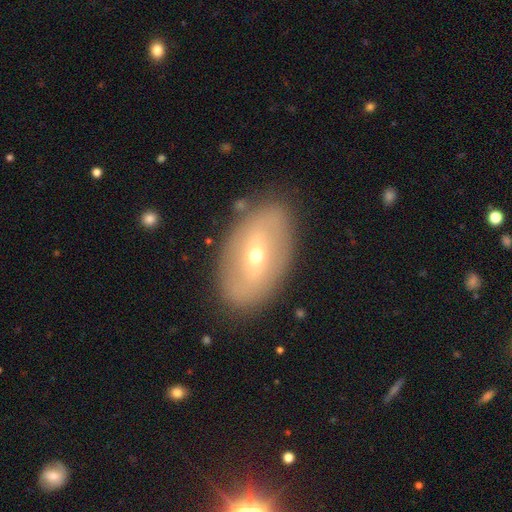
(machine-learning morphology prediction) Q: Smooth or featured?
A: featured or disk (56%); runner-up: smooth (36%)
Q: Edge-on disk?
A: no (89%); runner-up: yes (11%)
Q: Merging?
A: none (85%); runner-up: minor disturbance (10%)